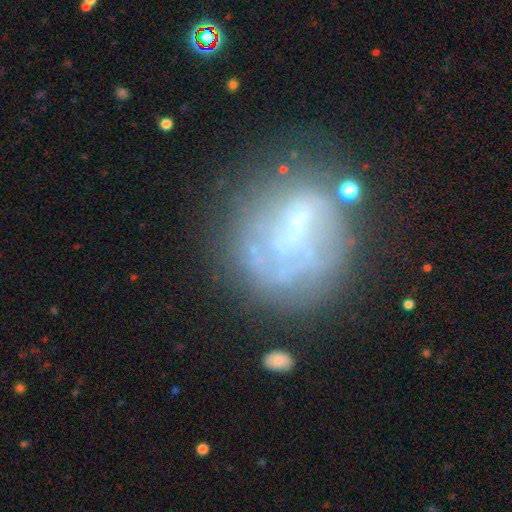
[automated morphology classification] Overall: featured or disk (57%; smooth 30%). Edge-on disk: no (97%). Bar: no (61%; weak 27%). Spiral arms: no (69%; yes 31%). Bulge size: small (41%, tied with none). Merging: none (52%; major disturbance 21%).